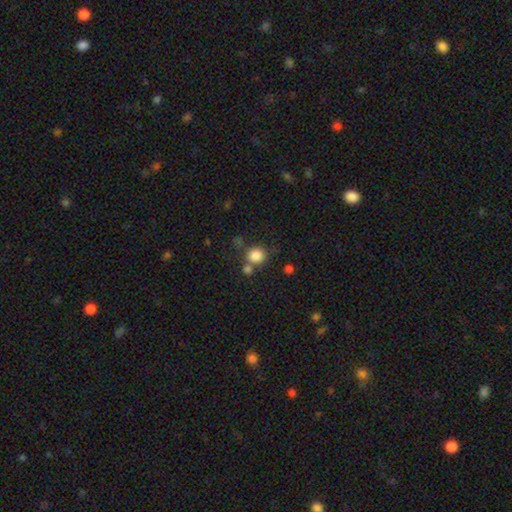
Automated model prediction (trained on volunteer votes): smooth-or-featured: smooth: 84% | star or artifact: 11% | featured or disk: 5%
  how-rounded: round: 83% | in between: 17% | cigar-shaped: 1%
  merging: none: 64% | merger: 20% | minor disturbance: 11% | major disturbance: 4%